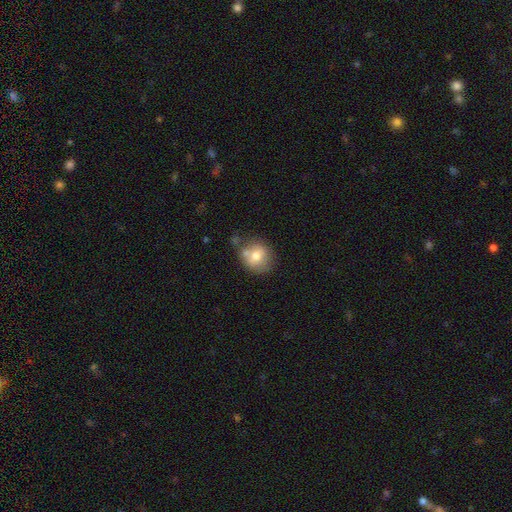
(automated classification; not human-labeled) The model was most divided on "merging": none: 57%, minor disturbance: 19%, merger: 18%, major disturbance: 6%. More confident: how rounded — round (77%); smooth or featured — smooth (71%).